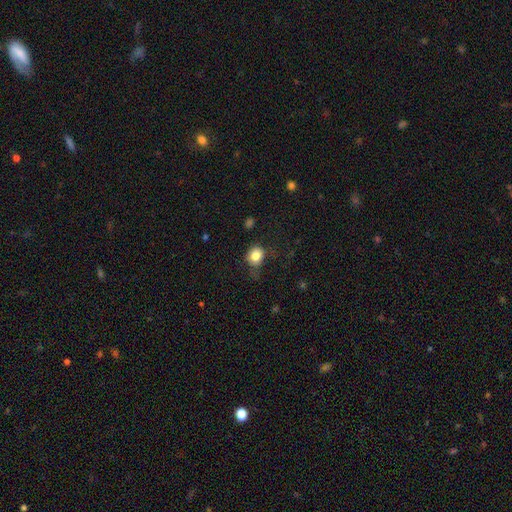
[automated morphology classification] smooth-or-featured: smooth: 82% | star or artifact: 10% | featured or disk: 7%
  how-rounded: round: 68% | in between: 31% | cigar-shaped: 1%
  merging: none: 60% | minor disturbance: 27% | major disturbance: 11% | merger: 2%